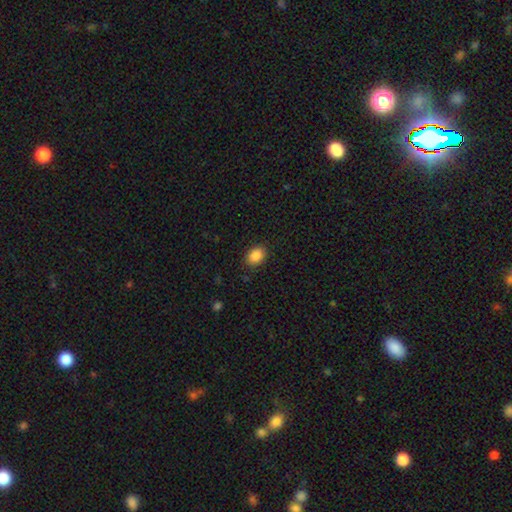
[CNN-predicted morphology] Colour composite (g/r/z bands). It shows a smooth galaxy with no disk features (88%) that is in between round and cigar-shaped (71%). Merging: none (87%).